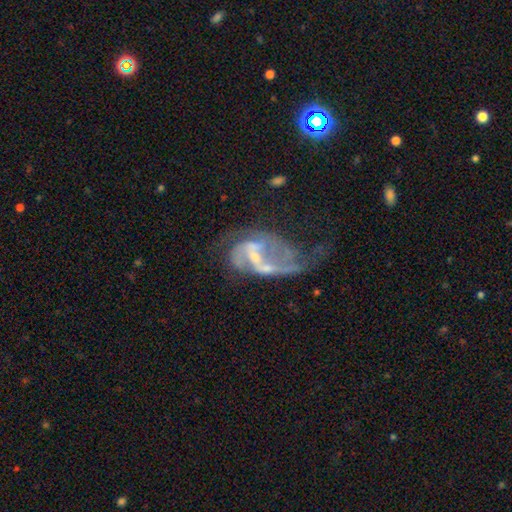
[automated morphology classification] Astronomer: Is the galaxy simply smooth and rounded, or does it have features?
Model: featured or disk — 79%.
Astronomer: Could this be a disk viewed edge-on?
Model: no — 97%.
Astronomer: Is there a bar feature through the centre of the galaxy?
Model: weak — 42% (runner-up: no, 41%).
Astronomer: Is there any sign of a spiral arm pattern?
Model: yes — 75%.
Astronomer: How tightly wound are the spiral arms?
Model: loose — 51% (runner-up: medium, 36%).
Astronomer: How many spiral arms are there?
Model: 2 — 51%.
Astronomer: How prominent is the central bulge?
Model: small — 50% (runner-up: moderate, 30%).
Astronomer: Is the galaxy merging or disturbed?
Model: major disturbance — 41% (runner-up: merger, 26%).